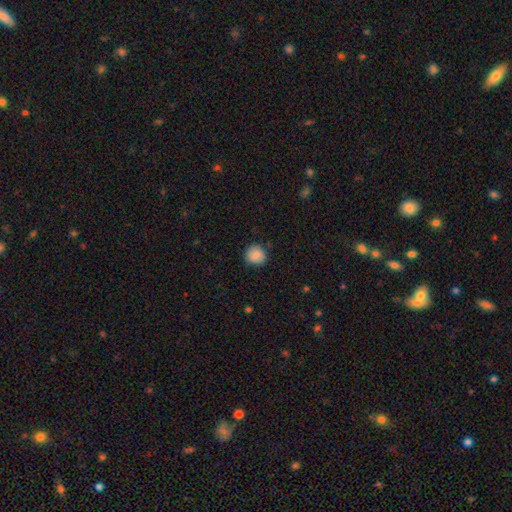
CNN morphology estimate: Smooth or featured: smooth — 87% (star or artifact — 8%)
How rounded: round — 87% (in between — 12%)
Merging: none — 84% (minor disturbance — 12%)